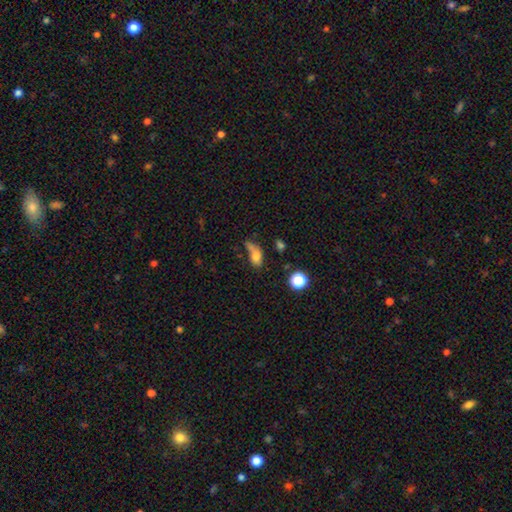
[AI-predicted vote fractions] Q: Smooth or featured?
A: smooth (72%); runner-up: featured or disk (16%)
Q: How rounded?
A: in between (73%); runner-up: round (17%)
Q: Merging?
A: none (32%); runner-up: minor disturbance (27%)